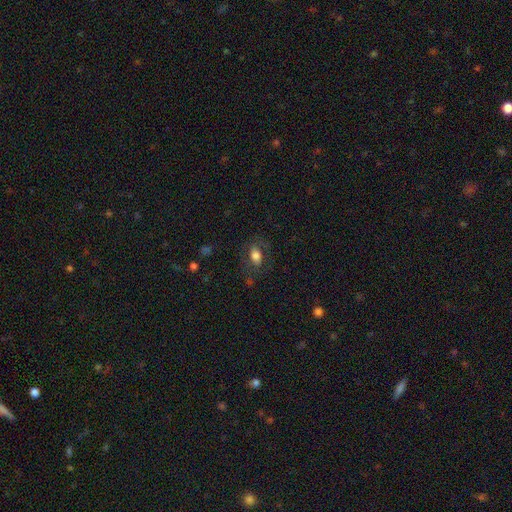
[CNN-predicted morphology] Q: Smooth or featured?
A: smooth (70%); runner-up: featured or disk (20%)
Q: How rounded?
A: in between (85%); runner-up: round (12%)
Q: Merging?
A: none (70%); runner-up: minor disturbance (17%)